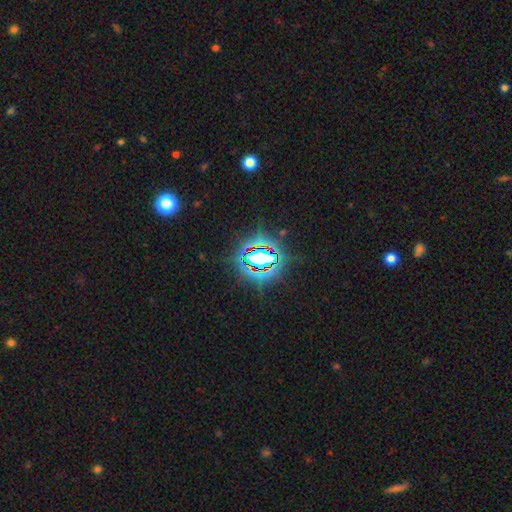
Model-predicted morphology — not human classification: type=star or artifact (74%).